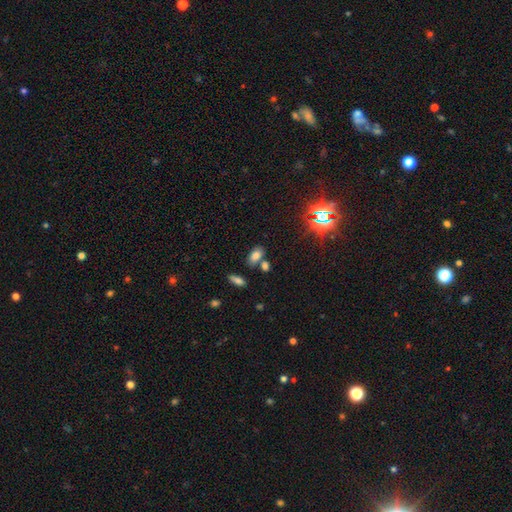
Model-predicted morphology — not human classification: A smooth galaxy with no disk features (75%) that is in between round and cigar-shaped (88%).

Vote fractions:
- Smooth or featured? smooth: 75% / star or artifact: 15% / featured or disk: 10%
- How rounded? in between: 88% / round: 9% / cigar-shaped: 4%
- Merging? none: 63% / merger: 21% / minor disturbance: 12% / major disturbance: 4%